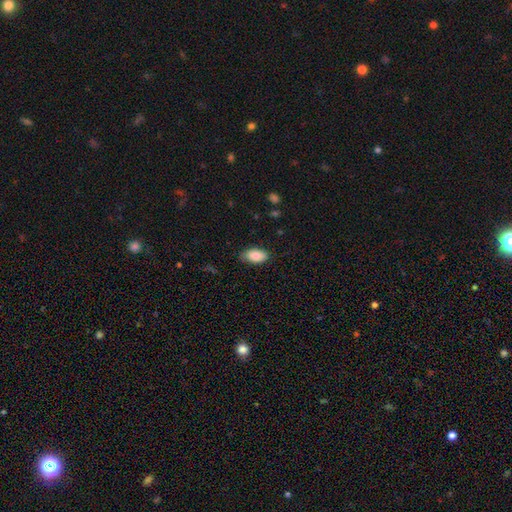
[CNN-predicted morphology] Overall: smooth (86%). How rounded: in between (94%). Merging: none (82%).